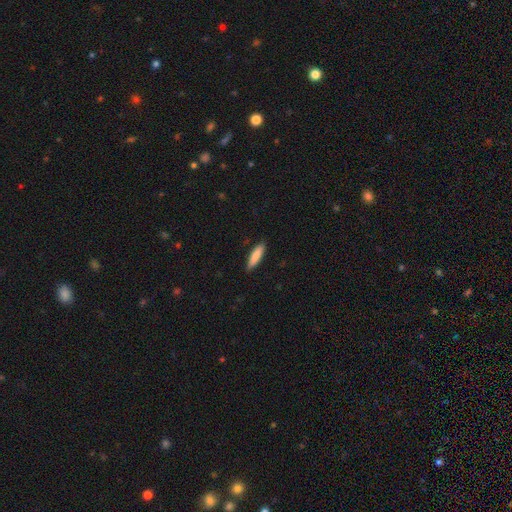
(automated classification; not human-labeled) Q: Smooth or featured?
A: smooth (86%); runner-up: featured or disk (9%)
Q: How rounded?
A: cigar-shaped (70%); runner-up: in between (29%)
Q: Merging?
A: none (88%); runner-up: minor disturbance (10%)